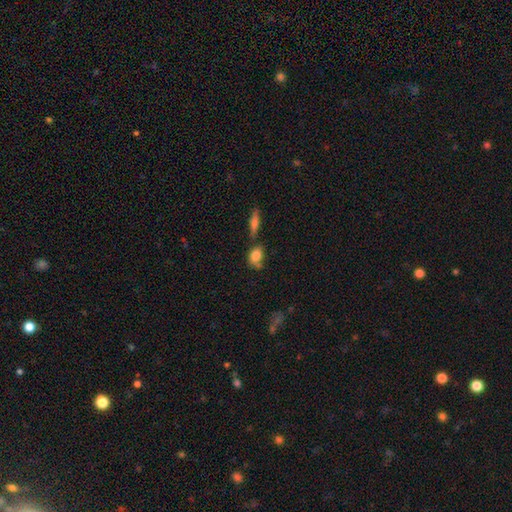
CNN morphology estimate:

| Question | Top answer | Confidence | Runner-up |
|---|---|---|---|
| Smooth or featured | smooth | 80% | featured or disk (12%) |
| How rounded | in between | 70% | round (27%) |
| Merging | none | 47% | minor disturbance (25%) |